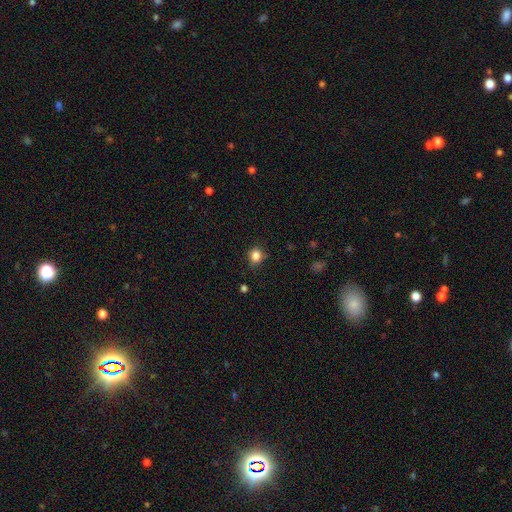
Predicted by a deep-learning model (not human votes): smooth 84%, star or artifact 12%, featured or disk 5%. Down the decision tree: how rounded — round (75%); merging — none (77%).